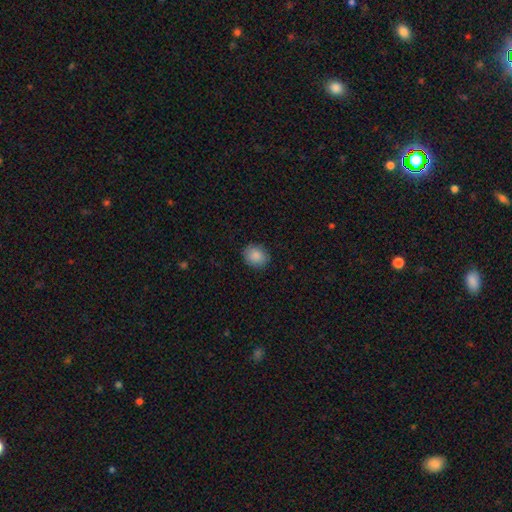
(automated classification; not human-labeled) A smooth galaxy with no disk features (88%) that is round (62%).

Vote fractions:
- Smooth or featured? smooth: 88% / star or artifact: 8% / featured or disk: 4%
- How rounded? round: 62% / in between: 37% / cigar-shaped: 1%
- Merging? none: 87% / minor disturbance: 9% / major disturbance: 2% / merger: 1%